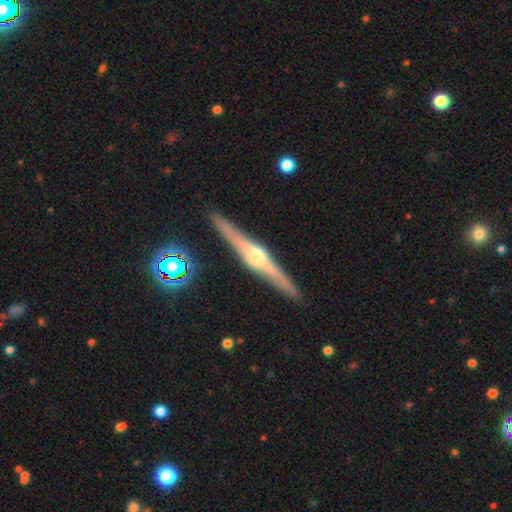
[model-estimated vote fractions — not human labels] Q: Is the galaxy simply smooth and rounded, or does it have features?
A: featured or disk — 82%.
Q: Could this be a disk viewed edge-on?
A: yes — 98%.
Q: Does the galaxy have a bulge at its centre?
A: rounded — 92%.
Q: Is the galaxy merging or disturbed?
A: none — 91%.